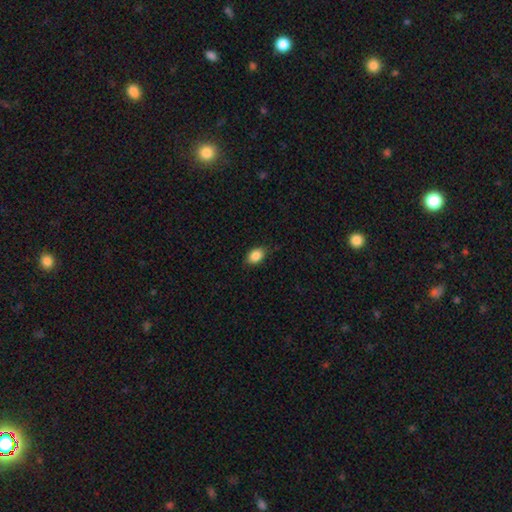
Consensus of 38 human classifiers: Overall: smooth (97%). How rounded: in between (70%). Merging: none (86%).